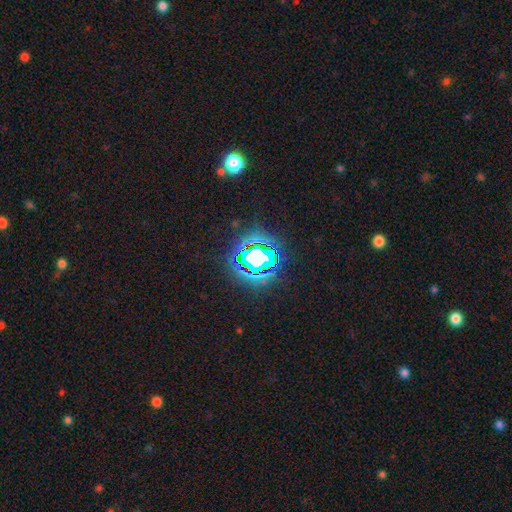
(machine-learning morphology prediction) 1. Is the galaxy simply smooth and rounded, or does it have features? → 69% star or artifact, 18% smooth, 14% featured or disk.